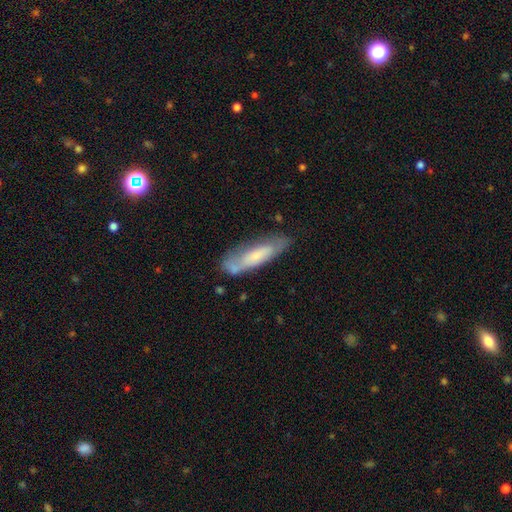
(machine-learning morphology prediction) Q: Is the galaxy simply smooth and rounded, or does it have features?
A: smooth — 53%.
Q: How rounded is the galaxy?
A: cigar-shaped — 64%.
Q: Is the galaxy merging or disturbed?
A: none — 60%.